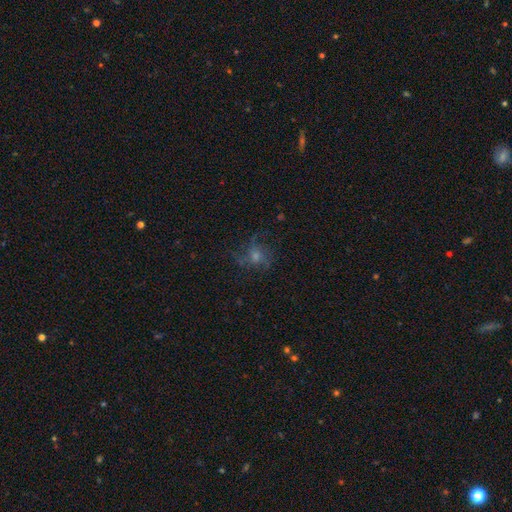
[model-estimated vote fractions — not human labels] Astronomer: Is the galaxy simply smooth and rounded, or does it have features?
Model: featured or disk — 48% (runner-up: smooth, 27%).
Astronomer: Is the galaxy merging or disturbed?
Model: none — 64%.